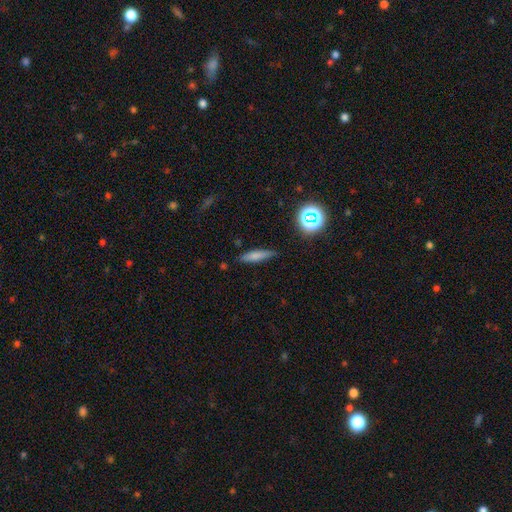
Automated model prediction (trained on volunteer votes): Q: Smooth or featured?
A: smooth (69%); runner-up: featured or disk (20%)
Q: How rounded?
A: cigar-shaped (75%); runner-up: in between (22%)
Q: Merging?
A: none (80%); runner-up: minor disturbance (15%)